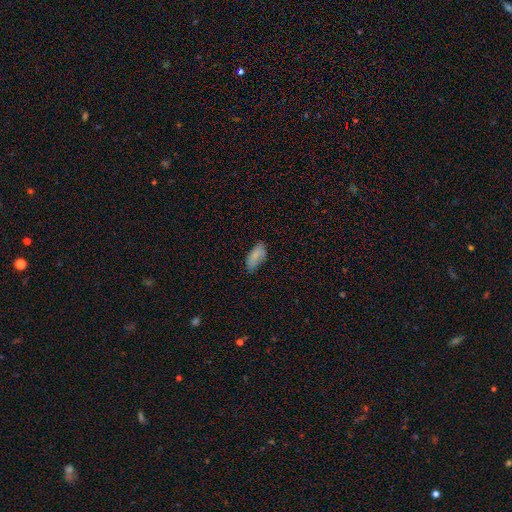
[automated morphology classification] This is clearly a smooth galaxy (84%). How rounded: clearly in between (91%). Merging: likely none (73%).